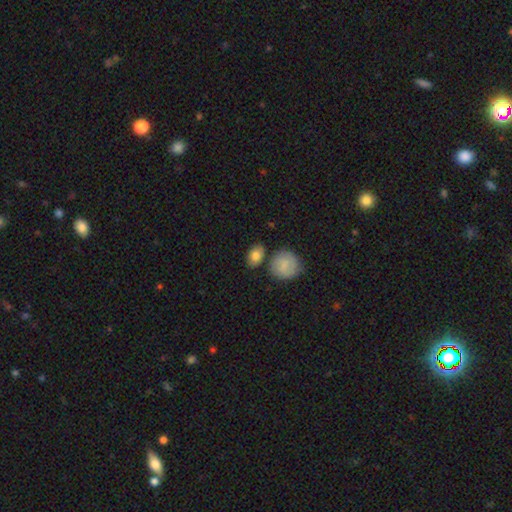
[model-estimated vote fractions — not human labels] smooth-or-featured: smooth: 79% | featured or disk: 14% | star or artifact: 7%
  how-rounded: in between: 71% | round: 28% | cigar-shaped: 2%
  merging: none: 69% | minor disturbance: 14% | merger: 13% | major disturbance: 4%